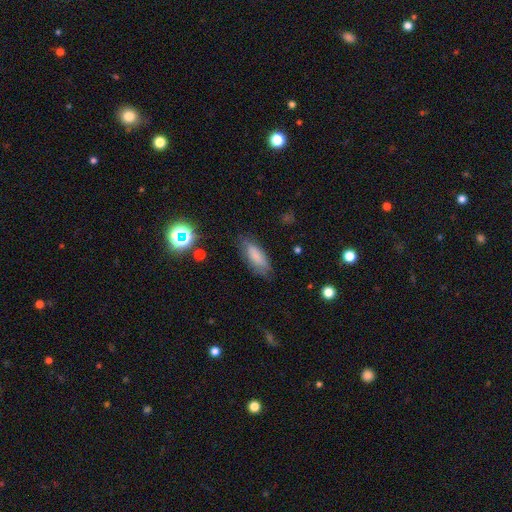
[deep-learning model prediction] The model was most divided on "how rounded": in between: 75%, cigar-shaped: 23%, round: 2%. More confident: smooth or featured — smooth (79%); merging — none (75%).